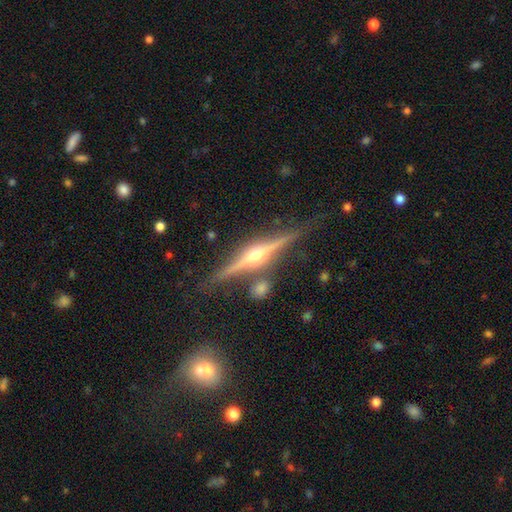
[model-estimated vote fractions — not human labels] Q: Smooth or featured?
A: featured or disk (85%); runner-up: smooth (8%)
Q: Edge-on disk?
A: yes (98%); runner-up: no (2%)
Q: Edge-on bulge?
A: rounded (91%); runner-up: boxy (5%)
Q: Merging?
A: none (84%); runner-up: minor disturbance (10%)